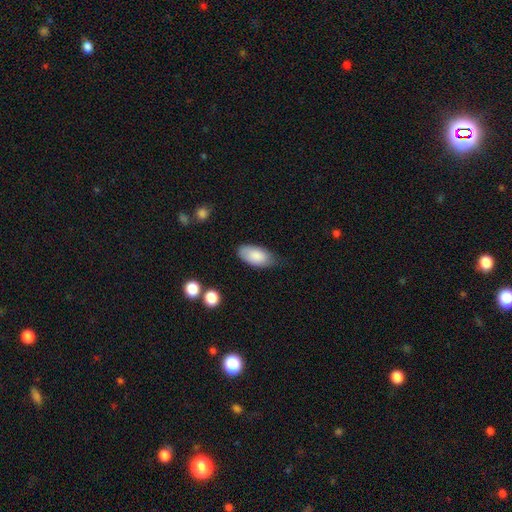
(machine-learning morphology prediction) This appears to be a smooth galaxy with no disk features (85%) that is in between round and cigar-shaped (94%). Merging: none (66%).